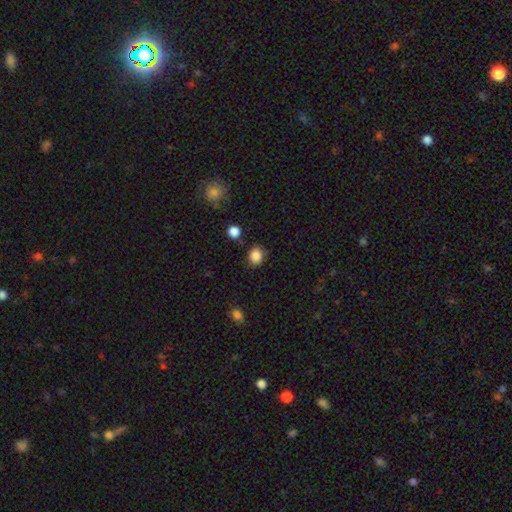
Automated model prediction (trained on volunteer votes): Smooth or featured? Predicted: smooth (p=0.86). How rounded? Predicted: round (p=0.62). Merging? Predicted: none (p=0.81).